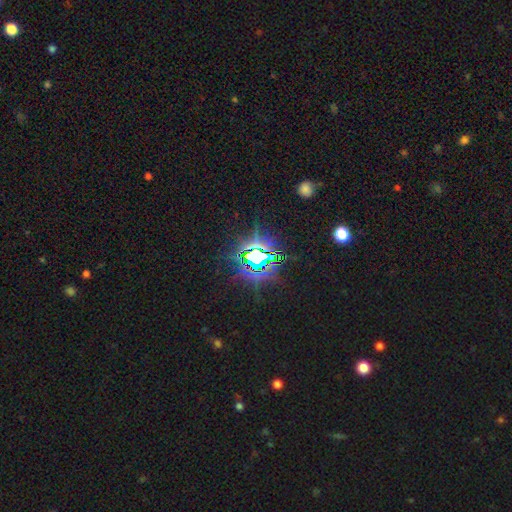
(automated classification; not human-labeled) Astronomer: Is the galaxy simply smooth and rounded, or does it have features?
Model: star or artifact — 83%.